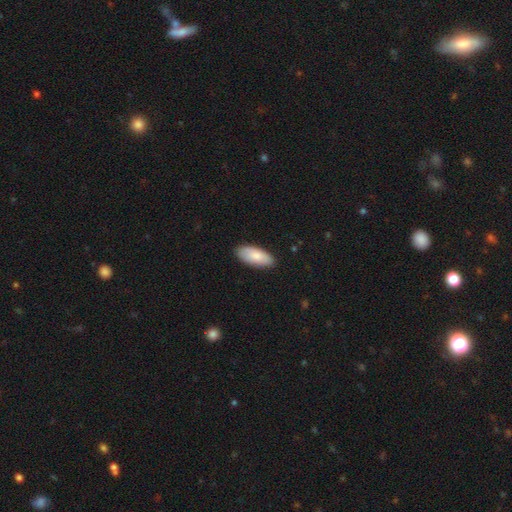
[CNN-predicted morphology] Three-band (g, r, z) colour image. It shows a smooth galaxy with no disk features (84%) that is in between round and cigar-shaped (87%). Merging: none (87%).